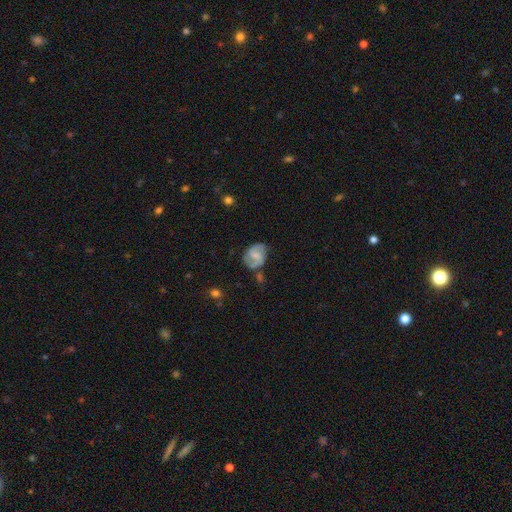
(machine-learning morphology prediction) A featured or disk galaxy (66%) with a weak bar (52%), 2 (85%) medium (50%) spiral arms (89%) and a small central bulge (35%).

Vote fractions:
- Smooth or featured? featured or disk: 66% / smooth: 27% / star or artifact: 7%
- Edge-on disk? no: 98% / yes: 2%
- Bar? weak: 52% / no: 32% / strong: 16%
- Spiral arms? yes: 89% / no: 11%
- Spiral winding? medium: 50% / loose: 25% / tight: 24%
- Spiral arm count? 2: 85% / can't tell: 8% / 1: 4% / 3: 2% / 4: 1% / more than 4: 1%
- Bulge size? small: 35% / moderate: 32% / none: 26% / large: 5% / dominant: 1%
- Merging? none: 61% / minor disturbance: 24% / major disturbance: 9% / merger: 6%